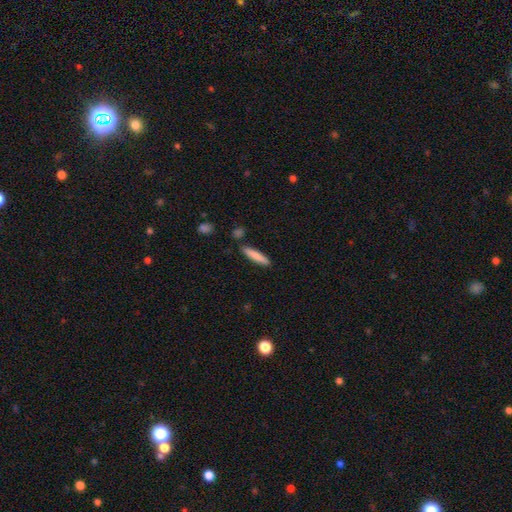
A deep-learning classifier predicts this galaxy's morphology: Q: Smooth or featured?
A: smooth (81%); runner-up: featured or disk (13%)
Q: How rounded?
A: cigar-shaped (88%); runner-up: in between (11%)
Q: Merging?
A: none (86%); runner-up: minor disturbance (9%)